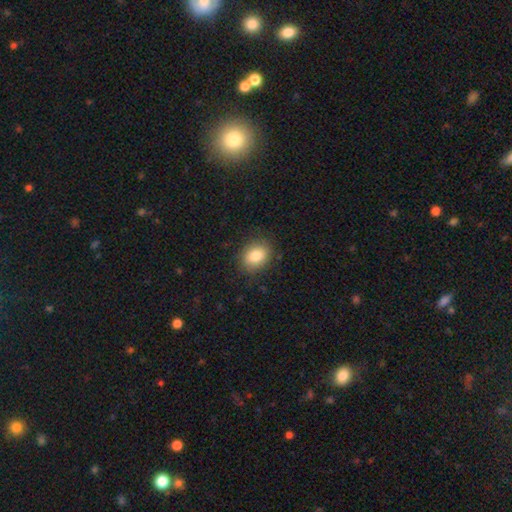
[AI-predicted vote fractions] The model was most divided on "how rounded": in between: 58%, round: 41%, cigar-shaped: 1%. More confident: merging — none (85%); smooth or featured — smooth (82%).